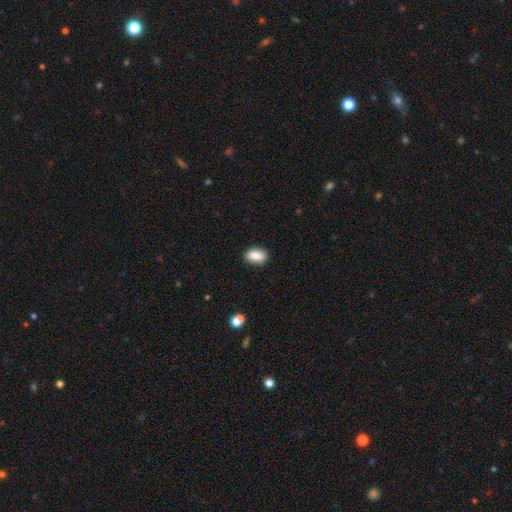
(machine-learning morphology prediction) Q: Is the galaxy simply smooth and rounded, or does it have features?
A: smooth — 87%.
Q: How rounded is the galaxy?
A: in between — 87%.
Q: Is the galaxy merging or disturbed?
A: none — 86%.